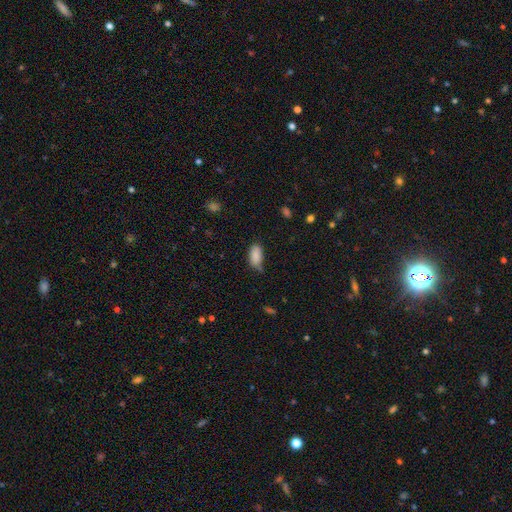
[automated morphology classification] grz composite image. It shows a smooth galaxy with no disk features (88%) that is in between round and cigar-shaped (93%). Merging: none (63%).